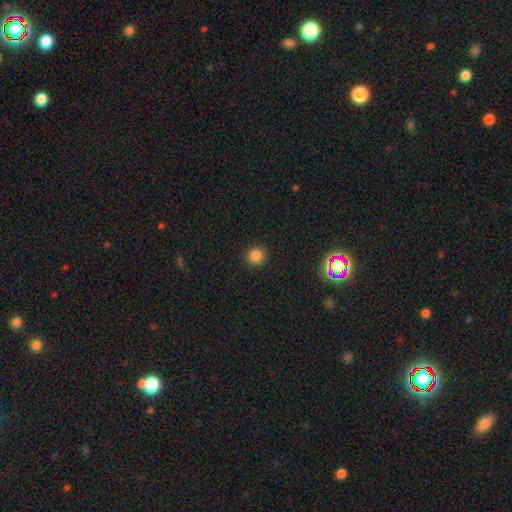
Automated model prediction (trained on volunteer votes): A smooth galaxy with no disk features (82%) that is round (94%).

Vote fractions:
- Smooth or featured? smooth: 82% / star or artifact: 14% / featured or disk: 3%
- How rounded? round: 94% / in between: 5% / cigar-shaped: 1%
- Merging? none: 91% / minor disturbance: 6% / major disturbance: 2% / merger: 1%